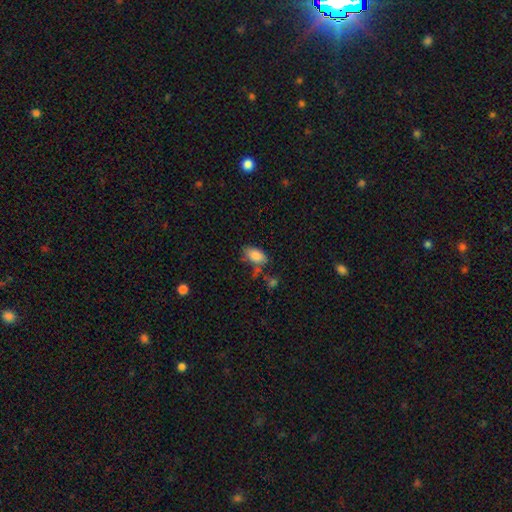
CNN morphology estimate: Overall: smooth (84%). How rounded: in between (91%). Merging: none (52%; minor disturbance 27%).